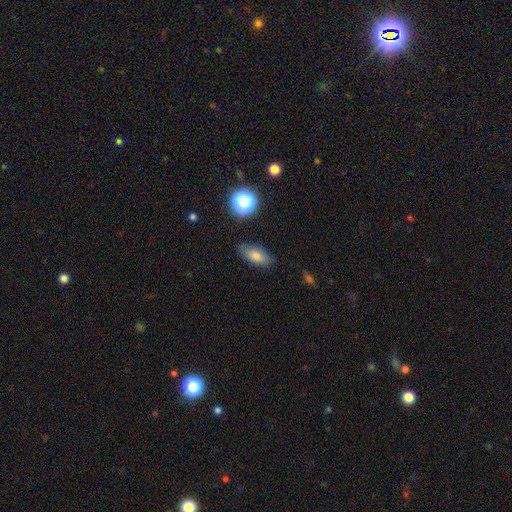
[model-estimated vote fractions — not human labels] The model was most divided on "smooth or featured": smooth: 77%, featured or disk: 12%, star or artifact: 11%. More confident: how rounded — in between (81%); merging — none (81%).